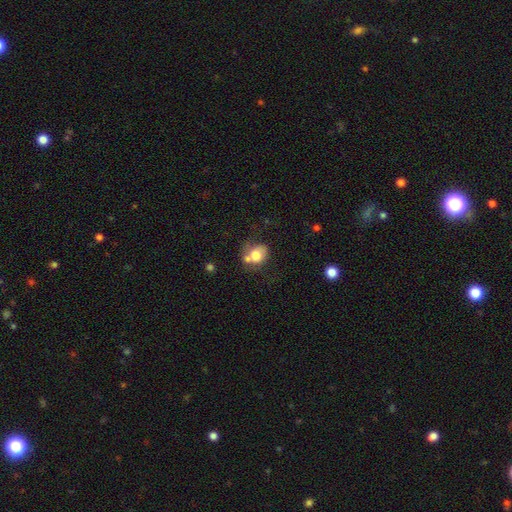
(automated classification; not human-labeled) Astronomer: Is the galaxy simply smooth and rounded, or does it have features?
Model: smooth — 72%.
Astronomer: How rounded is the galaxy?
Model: round — 59% (runner-up: in between, 40%).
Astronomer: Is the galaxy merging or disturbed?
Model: none — 37% (runner-up: merger, 33%).